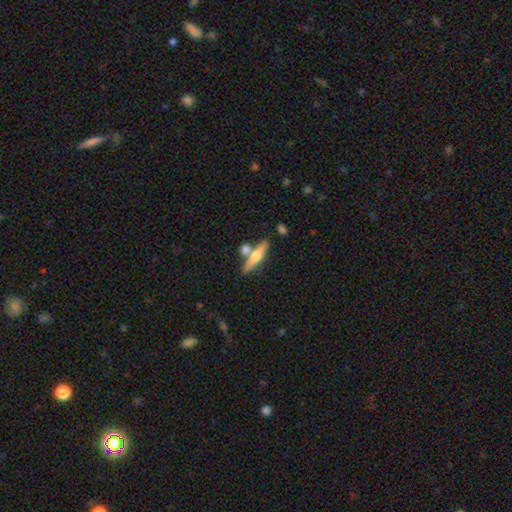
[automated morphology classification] Smooth or featured: featured or disk — 50% (smooth — 44%)
Merging: none — 62% (merger — 23%)